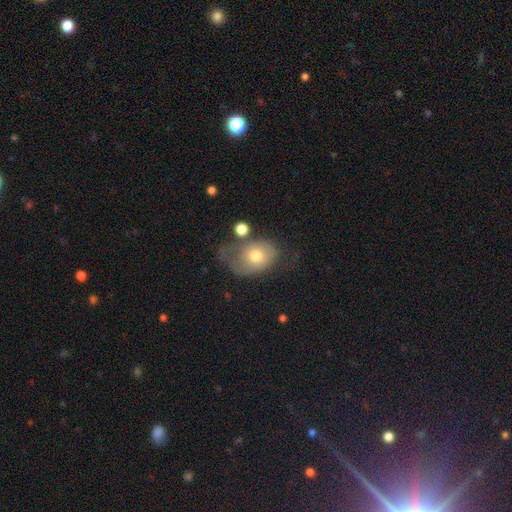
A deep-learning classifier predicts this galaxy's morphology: This appears to be a smooth galaxy with no disk features (62%) that is in between round and cigar-shaped (72%). Merging: none (34%).